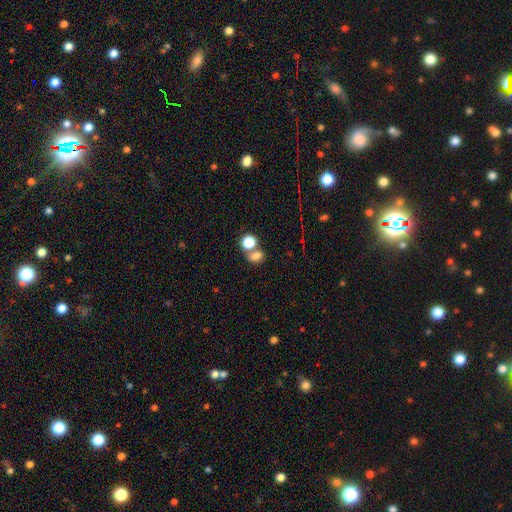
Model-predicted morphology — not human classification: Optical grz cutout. It shows a smooth galaxy with no disk features (77%) that is in between round and cigar-shaped (62%). Merging: none (44%).